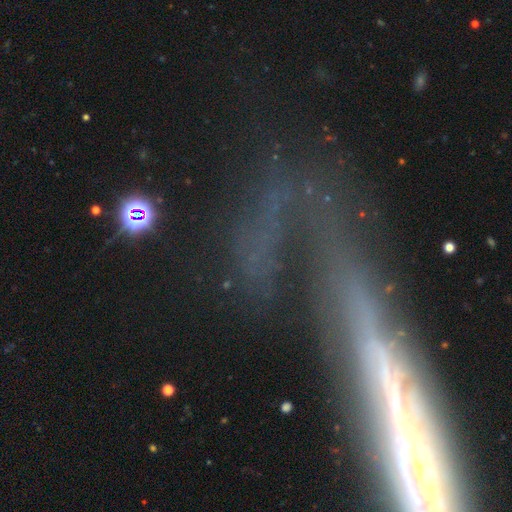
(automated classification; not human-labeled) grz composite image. It shows a featured or disk galaxy (60%) viewed edge-on (59%). Merging: none (55%).